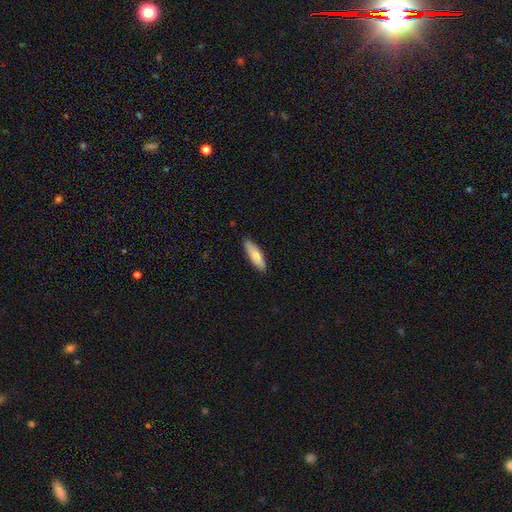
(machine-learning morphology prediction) Smooth or featured?
  - smooth: 83% *
  - featured or disk: 11%
  - star or artifact: 5%
How rounded?
  - cigar-shaped: 51% *
  - in between: 47%
  - round: 2%
Merging?
  - none: 87% *
  - minor disturbance: 10%
  - major disturbance: 2%
  - merger: 1%